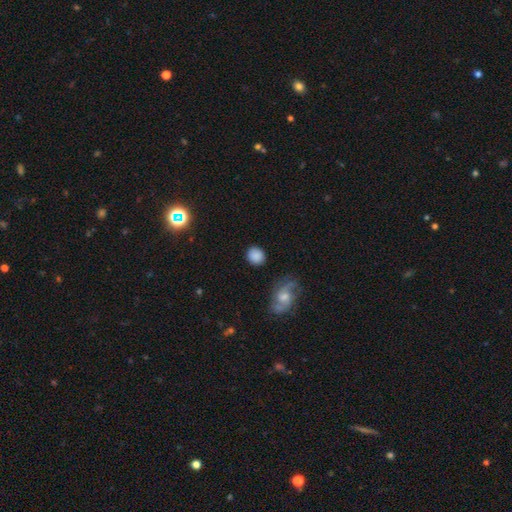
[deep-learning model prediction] A smooth galaxy with no disk features (82%) that is round (73%).

Vote fractions:
- Smooth or featured? smooth: 82% / featured or disk: 10% / star or artifact: 9%
- How rounded? round: 73% / in between: 26% / cigar-shaped: 1%
- Merging? none: 83% / minor disturbance: 10% / major disturbance: 4% / merger: 3%